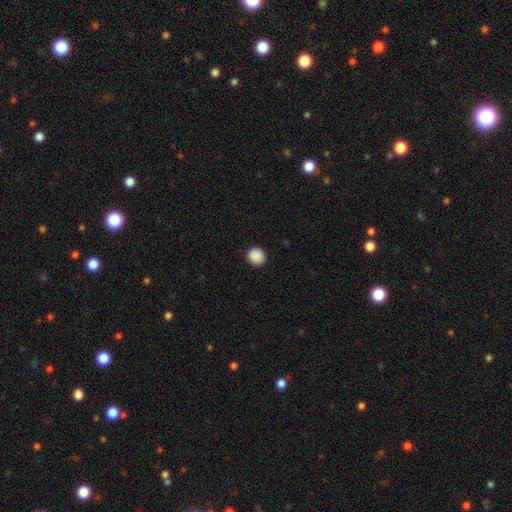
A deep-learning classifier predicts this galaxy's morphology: smooth 90%, star or artifact 8%, featured or disk 2%. Down the decision tree: how rounded — round (87%); merging — none (91%).